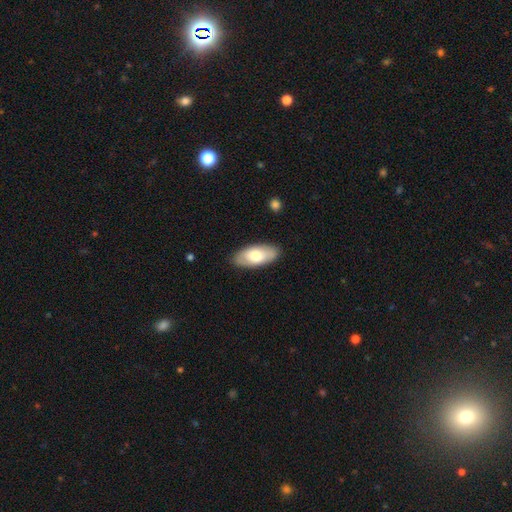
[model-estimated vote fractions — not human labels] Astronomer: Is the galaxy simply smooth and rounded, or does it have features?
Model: smooth — 70%.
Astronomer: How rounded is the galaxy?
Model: in between — 90%.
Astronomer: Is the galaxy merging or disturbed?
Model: none — 87%.